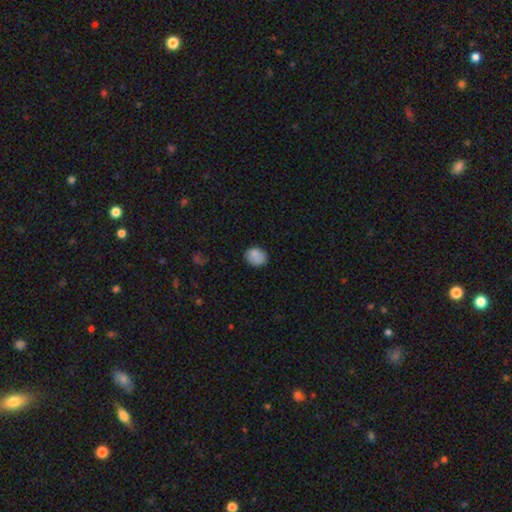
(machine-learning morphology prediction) Smooth or featured? Predicted: smooth (p=0.86). How rounded? Predicted: in between (p=0.50). Merging? Predicted: none (p=0.80).